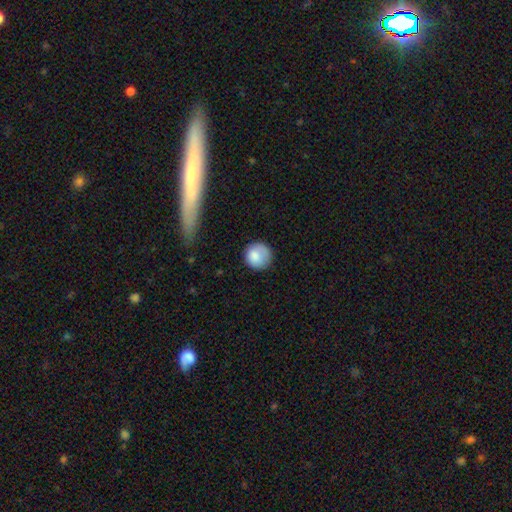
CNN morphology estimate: This is clearly a smooth galaxy (83%). How rounded: clearly round (91%). Merging: likely none (73%).